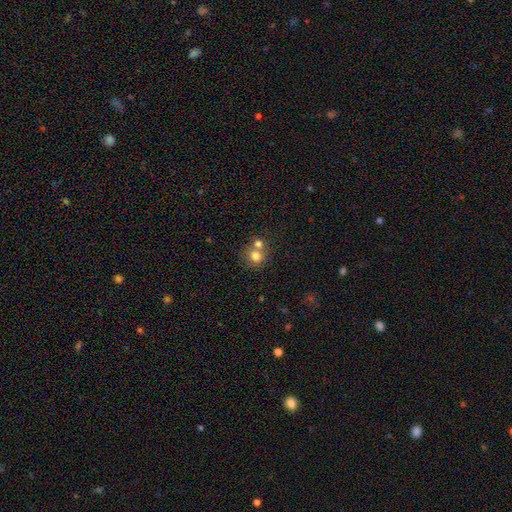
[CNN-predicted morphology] Overall: smooth (76%). How rounded: round (79%). Merging: merger (46%; none 43%).